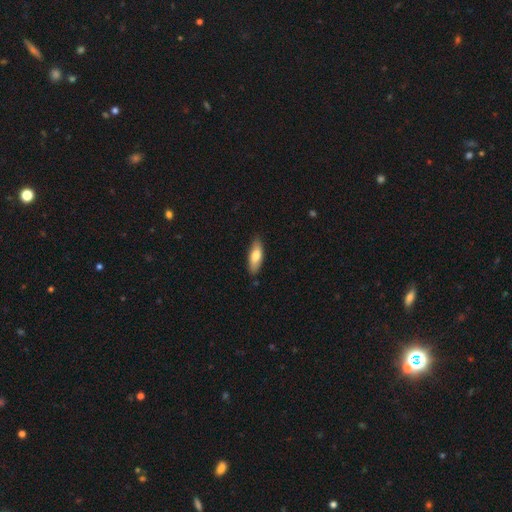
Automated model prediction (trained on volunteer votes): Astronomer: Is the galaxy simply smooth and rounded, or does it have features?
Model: smooth — 76%.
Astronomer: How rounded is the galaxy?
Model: in between — 66%.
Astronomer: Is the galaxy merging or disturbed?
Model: none — 84%.